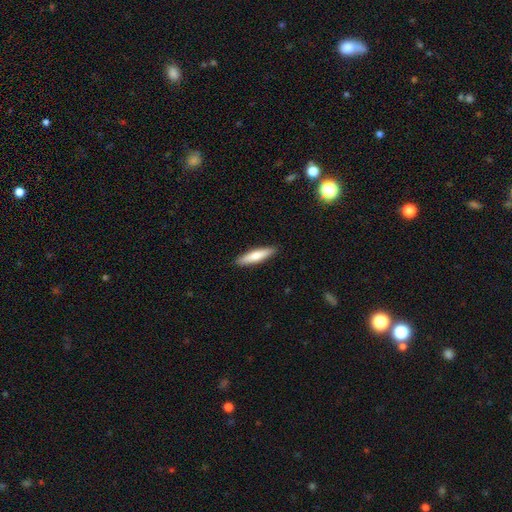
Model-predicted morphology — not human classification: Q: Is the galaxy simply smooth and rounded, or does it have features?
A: smooth — 73%.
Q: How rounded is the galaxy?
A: cigar-shaped — 81%.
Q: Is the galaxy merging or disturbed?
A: none — 91%.